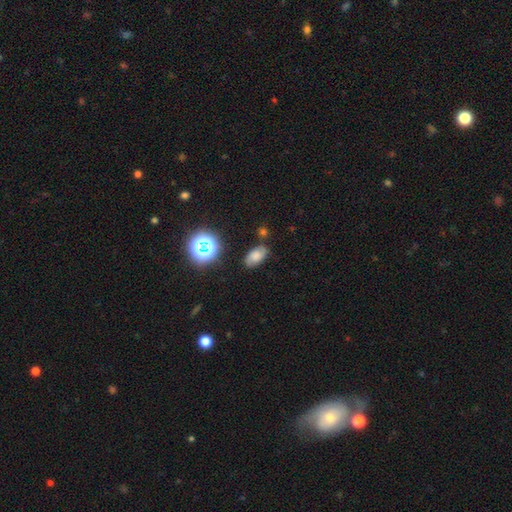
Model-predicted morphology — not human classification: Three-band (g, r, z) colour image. It shows a smooth galaxy with no disk features (64%) that is in between round and cigar-shaped (89%). Merging: none (75%).